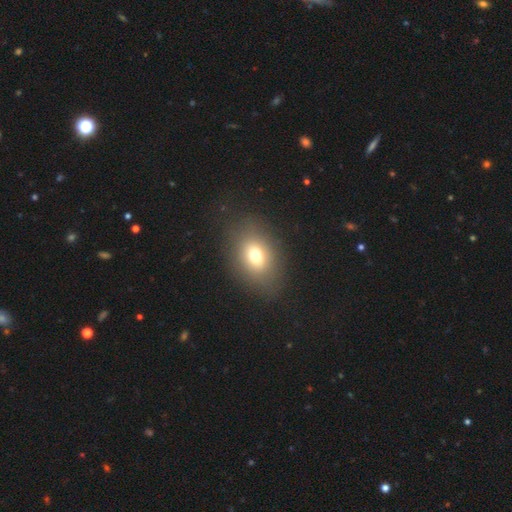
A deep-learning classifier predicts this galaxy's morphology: smooth 70%, featured or disk 16%, star or artifact 14%. Down the decision tree: how rounded — in between (69%); merging — none (81%).